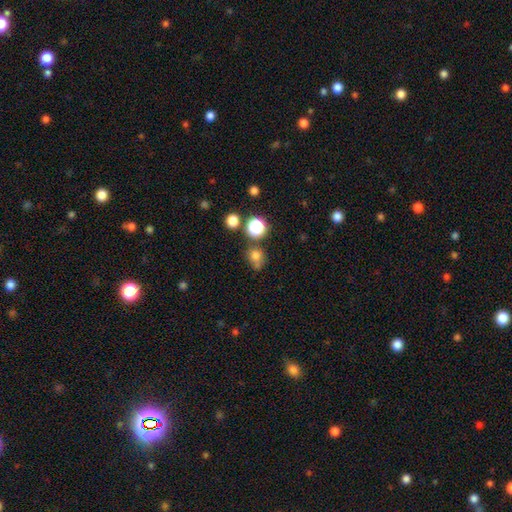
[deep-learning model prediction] This is likely a smooth galaxy (73%). How rounded: likely round (74%). Merging: possibly none (57%).